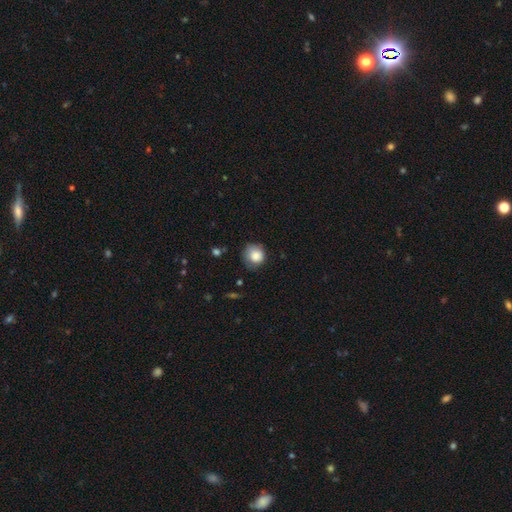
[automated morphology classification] smooth_or_featured: smooth (p=0.83) [alt: featured or disk p=0.09]
how_rounded: round (p=0.86) [alt: in between p=0.13]
merging: none (p=0.62) [alt: minor disturbance p=0.28]